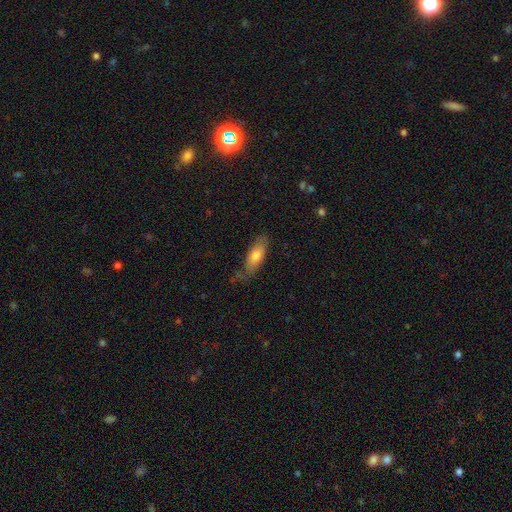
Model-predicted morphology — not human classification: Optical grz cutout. It shows a smooth galaxy with no disk features (73%) that is in between round and cigar-shaped (67%). Merging: none (63%).